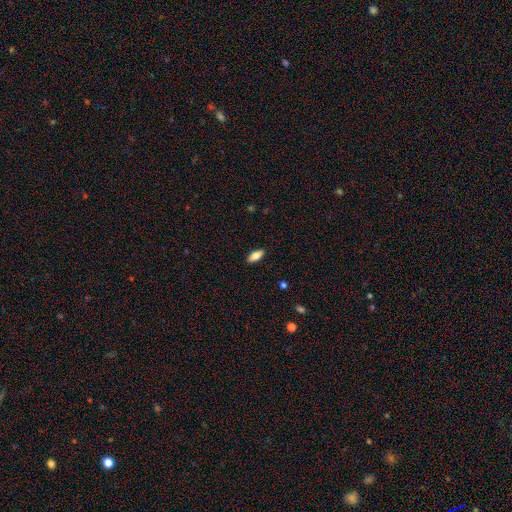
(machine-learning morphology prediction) smooth_or_featured: smooth (p=0.78) [alt: featured or disk p=0.15]
how_rounded: in between (p=0.84) [alt: cigar-shaped p=0.13]
merging: none (p=0.89) [alt: minor disturbance p=0.08]